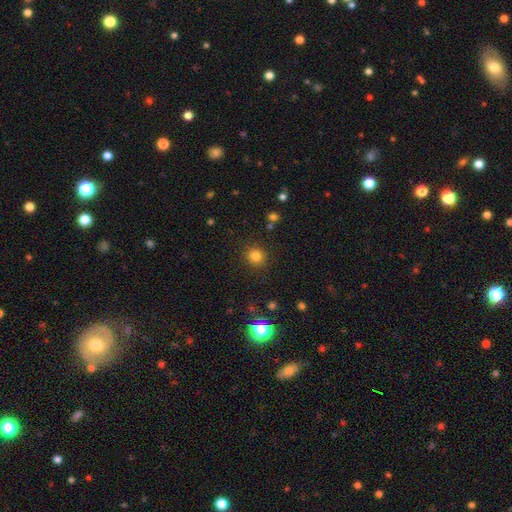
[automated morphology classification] Smooth or featured?
  - smooth: 80% *
  - star or artifact: 15%
  - featured or disk: 5%
How rounded?
  - round: 91% *
  - in between: 8%
  - cigar-shaped: 1%
Merging?
  - none: 90% *
  - minor disturbance: 6%
  - major disturbance: 3%
  - merger: 2%